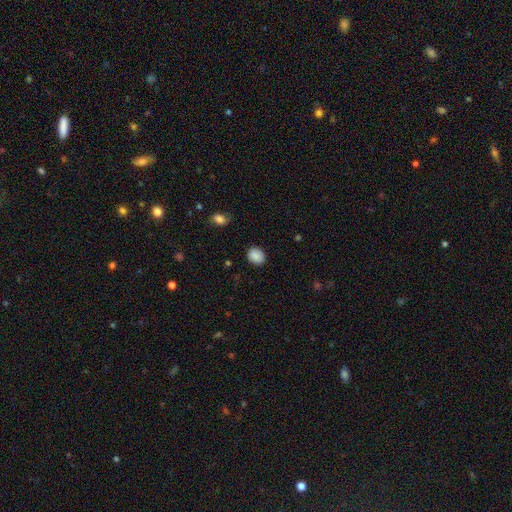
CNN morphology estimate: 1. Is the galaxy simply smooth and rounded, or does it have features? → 88% smooth, 8% star or artifact, 3% featured or disk.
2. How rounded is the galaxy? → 56% round, 43% in between, 1% cigar-shaped.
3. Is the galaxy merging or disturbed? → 87% none, 9% minor disturbance, 3% major disturbance, 1% merger.